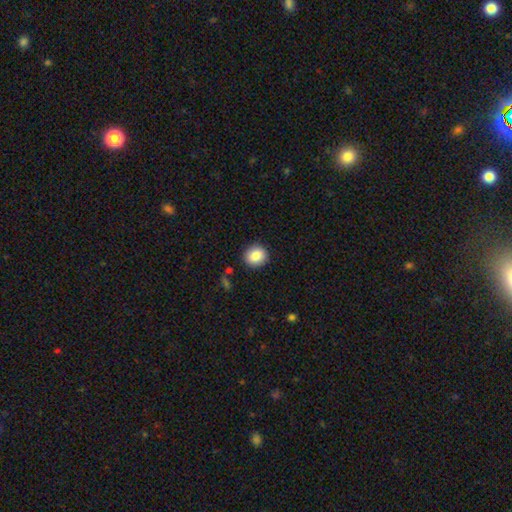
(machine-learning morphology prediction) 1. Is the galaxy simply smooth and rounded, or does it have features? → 86% smooth, 8% star or artifact, 6% featured or disk.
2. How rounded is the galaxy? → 85% round, 14% in between, 1% cigar-shaped.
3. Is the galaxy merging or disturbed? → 89% none, 7% minor disturbance, 2% major disturbance, 1% merger.